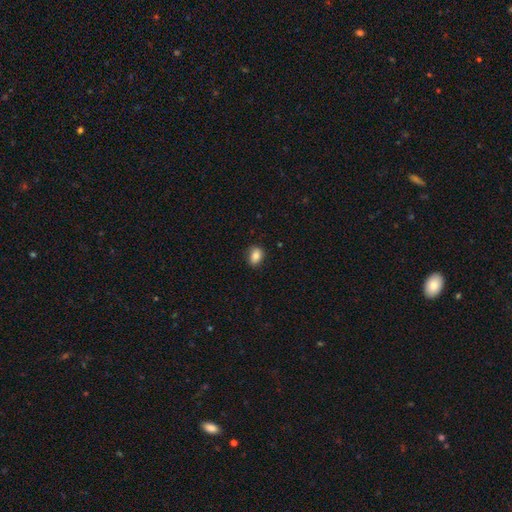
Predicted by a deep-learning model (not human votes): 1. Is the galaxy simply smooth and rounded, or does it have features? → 84% smooth, 9% star or artifact, 8% featured or disk.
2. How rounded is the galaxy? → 74% in between, 24% round, 2% cigar-shaped.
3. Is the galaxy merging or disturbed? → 82% none, 14% minor disturbance, 2% major disturbance, 1% merger.